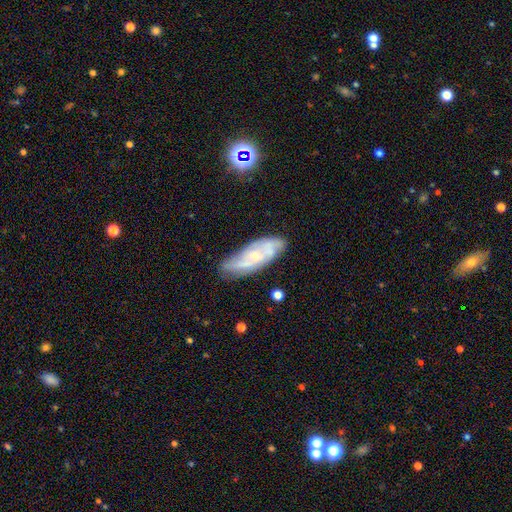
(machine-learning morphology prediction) featured or disk 65%, smooth 27%, star or artifact 8%. Down the decision tree: edge-on disk — no (83%); bar — no (63%); spiral arms — yes (77%); bulge size — small (64%); merging — none (69%).